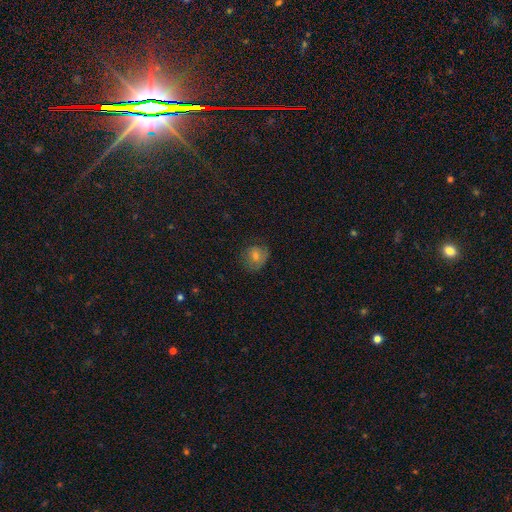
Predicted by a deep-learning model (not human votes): smooth_or_featured: smooth (p=0.57) [alt: featured or disk p=0.26]
how_rounded: round (p=0.78) [alt: in between p=0.21]
merging: none (p=0.73) [alt: minor disturbance p=0.19]